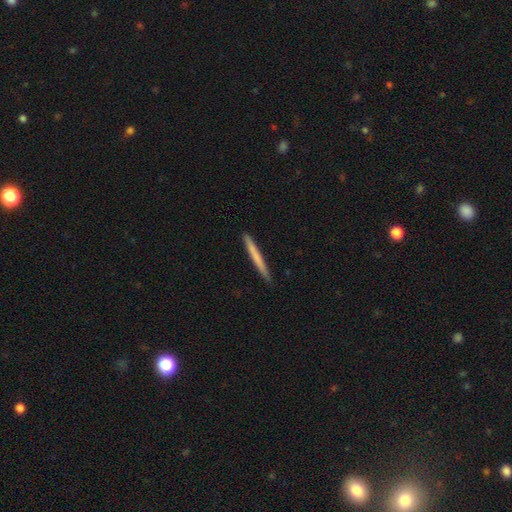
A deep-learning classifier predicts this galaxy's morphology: Smooth or featured: smooth — 65% (featured or disk — 30%)
How rounded: cigar-shaped — 97% (in between — 2%)
Merging: none — 91% (minor disturbance — 6%)